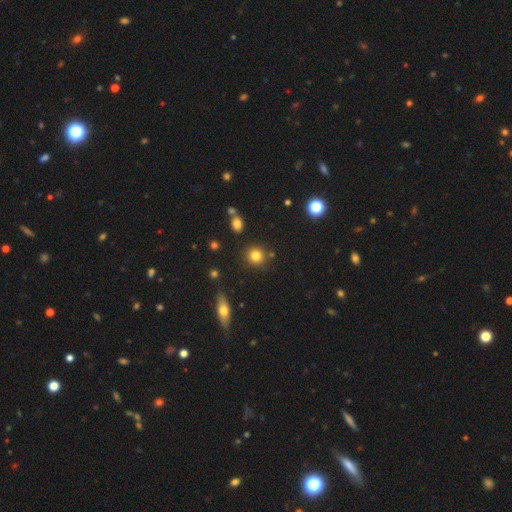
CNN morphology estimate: type=smooth (81%); roundness=round (88%); merging=none (84%).